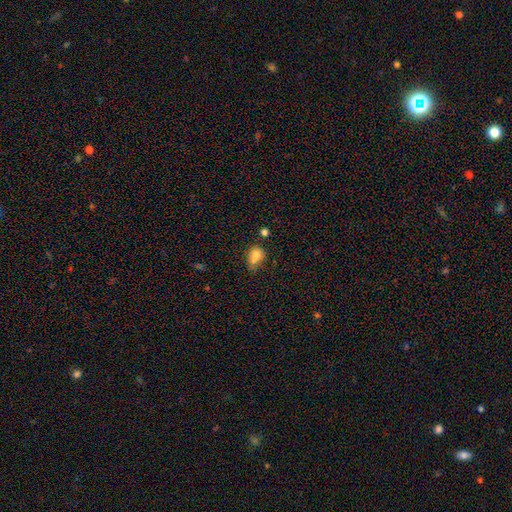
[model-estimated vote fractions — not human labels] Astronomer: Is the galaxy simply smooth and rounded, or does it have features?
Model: smooth — 74%.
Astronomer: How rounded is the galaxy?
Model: round — 59% (runner-up: in between, 40%).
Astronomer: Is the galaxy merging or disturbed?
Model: merger — 38% (runner-up: none, 34%).